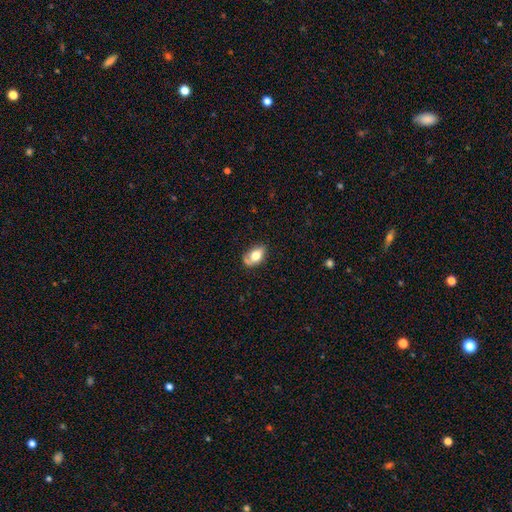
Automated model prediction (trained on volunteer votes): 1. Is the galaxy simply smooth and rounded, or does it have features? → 72% smooth, 21% featured or disk, 7% star or artifact.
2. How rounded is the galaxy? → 88% in between, 10% round, 2% cigar-shaped.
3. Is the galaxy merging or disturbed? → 55% none, 30% minor disturbance, 10% major disturbance, 6% merger.